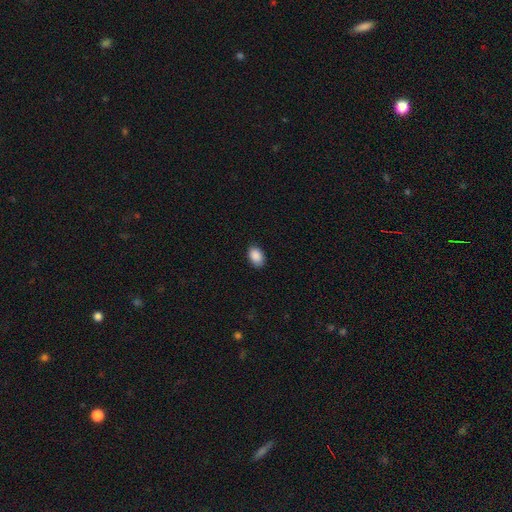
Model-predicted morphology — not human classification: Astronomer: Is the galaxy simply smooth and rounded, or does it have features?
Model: smooth — 89%.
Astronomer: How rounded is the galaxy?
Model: in between — 86%.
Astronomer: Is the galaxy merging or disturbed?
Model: none — 84%.